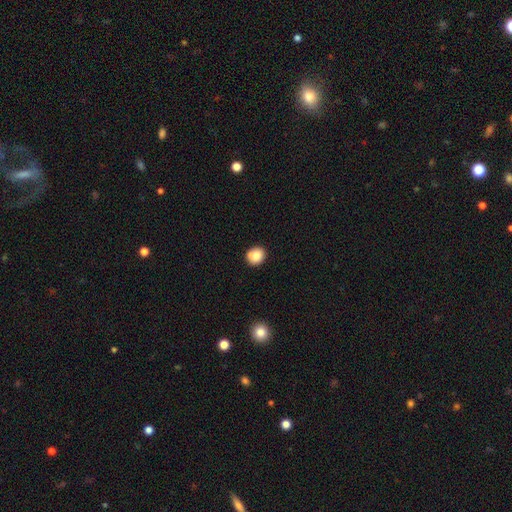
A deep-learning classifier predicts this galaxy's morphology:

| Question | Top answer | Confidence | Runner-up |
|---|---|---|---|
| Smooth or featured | smooth | 84% | star or artifact (9%) |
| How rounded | round | 83% | in between (16%) |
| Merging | none | 87% | minor disturbance (9%) |